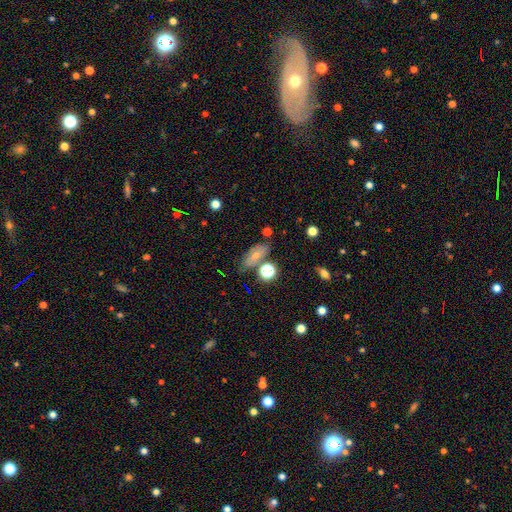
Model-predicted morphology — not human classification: This appears to be a smooth galaxy with no disk features (58%) that is in between round and cigar-shaped (72%). Merging: none (65%).